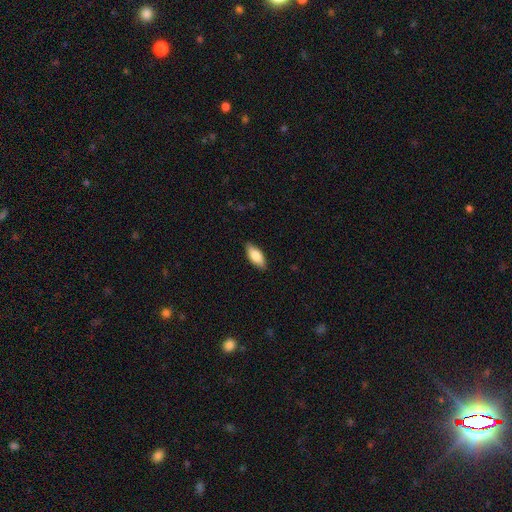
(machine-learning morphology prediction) A smooth galaxy with no disk features (80%) that is in between round and cigar-shaped (83%). Merging: none (86%).